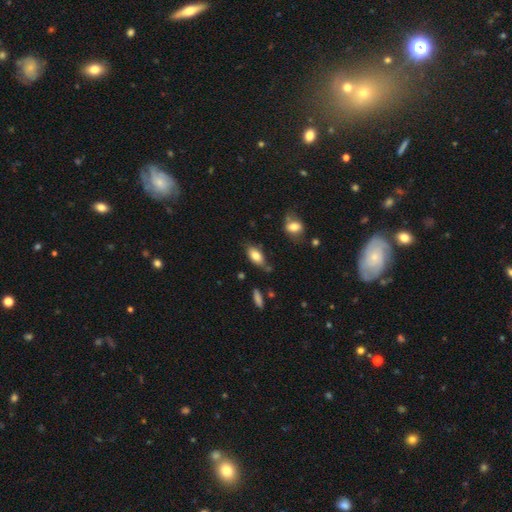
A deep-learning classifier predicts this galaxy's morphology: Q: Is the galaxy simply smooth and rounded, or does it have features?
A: smooth — 81%.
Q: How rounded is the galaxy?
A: in between — 89%.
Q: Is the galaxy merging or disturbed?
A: none — 69%.